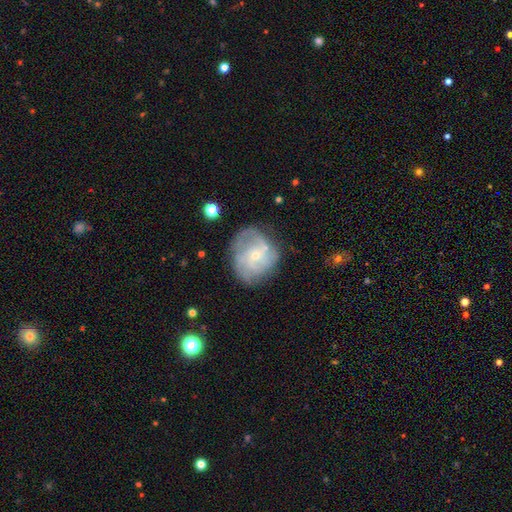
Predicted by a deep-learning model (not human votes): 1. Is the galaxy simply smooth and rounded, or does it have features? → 74% featured or disk, 19% smooth, 7% star or artifact.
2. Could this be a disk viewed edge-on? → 98% no, 2% yes.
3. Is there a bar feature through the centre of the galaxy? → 73% no, 24% weak, 3% strong.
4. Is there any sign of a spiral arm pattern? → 85% yes, 15% no.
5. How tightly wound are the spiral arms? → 45% tight, 39% medium, 16% loose.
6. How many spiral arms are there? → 38% can't tell, 23% 3, 18% 2, 11% 4, 5% 1, 5% more than 4.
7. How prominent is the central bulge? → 75% small, 21% moderate, 2% none, 1% large, 1% dominant.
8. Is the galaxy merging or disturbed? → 64% none, 22% minor disturbance, 11% major disturbance, 4% merger.